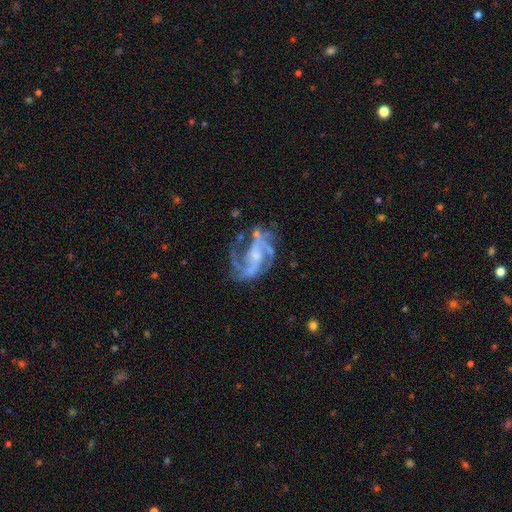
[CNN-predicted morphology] Smooth or featured?
  - featured or disk: 87% *
  - star or artifact: 7%
  - smooth: 6%
Edge-on disk?
  - no: 97% *
  - yes: 3%
Bar?
  - no: 43% *
  - weak: 39%
  - strong: 18%
Spiral arms?
  - yes: 94% *
  - no: 6%
Spiral winding?
  - medium: 49% *
  - loose: 32%
  - tight: 19%
Spiral arm count?
  - 2: 40% *
  - 3: 28%
  - can't tell: 13%
  - 4: 8%
  - 1: 6%
  - more than 4: 5%
Bulge size?
  - small: 57% *
  - moderate: 27%
  - none: 12%
  - large: 3%
  - dominant: 1%
Merging?
  - none: 54% *
  - major disturbance: 23%
  - minor disturbance: 19%
  - merger: 4%